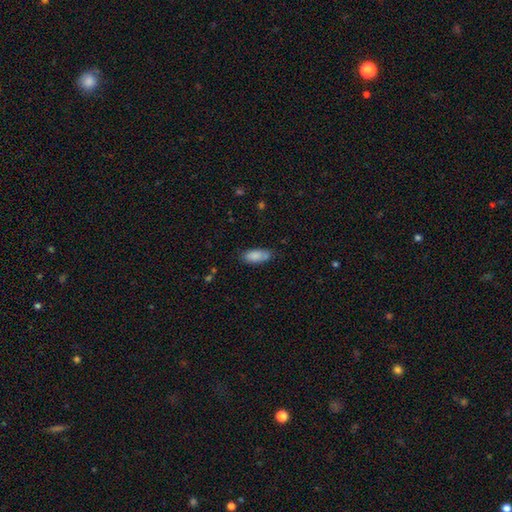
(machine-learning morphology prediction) This is clearly a smooth galaxy (85%). How rounded: clearly in between (85%). Merging: likely none (68%).